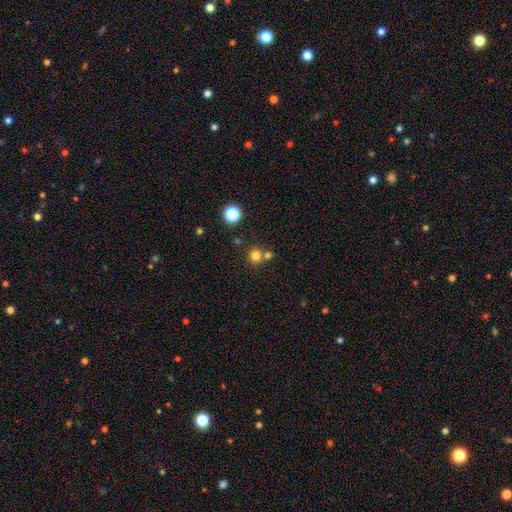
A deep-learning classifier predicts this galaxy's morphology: Smooth or featured: smooth — 77% (star or artifact — 16%)
How rounded: round — 91% (in between — 8%)
Merging: none — 66% (merger — 25%)